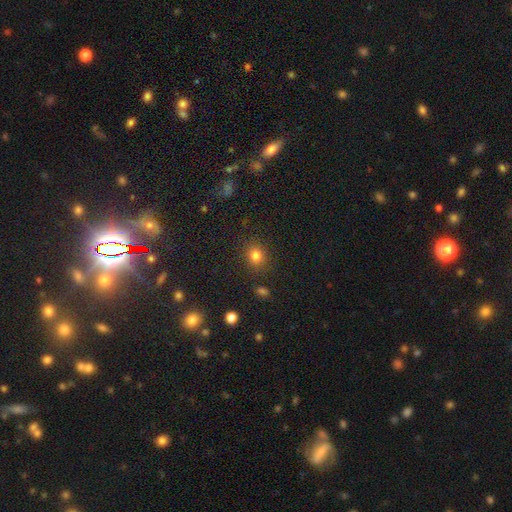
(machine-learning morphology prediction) type=smooth (81%); roundness=round (74%); merging=none (86%).